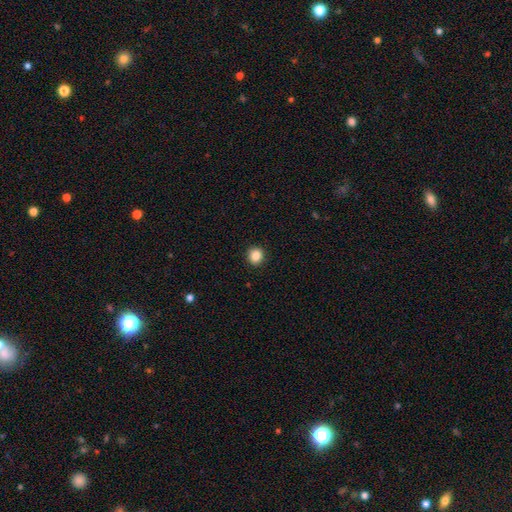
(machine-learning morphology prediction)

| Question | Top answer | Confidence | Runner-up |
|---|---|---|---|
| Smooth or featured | smooth | 86% | star or artifact (10%) |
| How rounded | round | 86% | in between (13%) |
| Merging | none | 92% | minor disturbance (5%) |